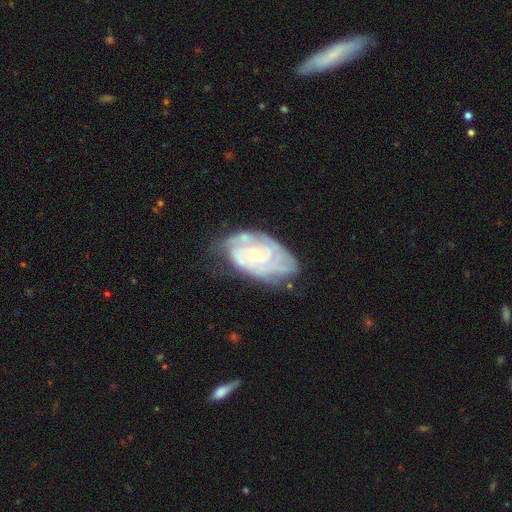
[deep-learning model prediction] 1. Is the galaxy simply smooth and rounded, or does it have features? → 82% featured or disk, 12% smooth, 6% star or artifact.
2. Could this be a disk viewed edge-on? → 96% no, 4% yes.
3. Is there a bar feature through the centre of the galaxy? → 69% no, 26% weak, 5% strong.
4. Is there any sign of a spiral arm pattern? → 94% yes, 6% no.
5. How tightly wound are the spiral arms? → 70% tight, 25% medium, 5% loose.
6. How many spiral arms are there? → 38% can't tell, 19% 3, 18% 2, 15% 4, 6% more than 4, 5% 1.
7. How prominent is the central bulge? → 75% small, 20% moderate, 3% none, 1% large, 1% dominant.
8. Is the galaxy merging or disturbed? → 63% none, 25% minor disturbance, 9% major disturbance, 2% merger.